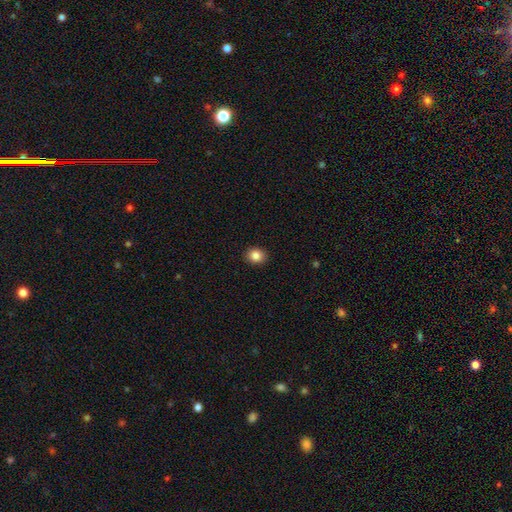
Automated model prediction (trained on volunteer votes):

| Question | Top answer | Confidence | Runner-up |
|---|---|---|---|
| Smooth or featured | smooth | 85% | star or artifact (10%) |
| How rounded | round | 69% | in between (30%) |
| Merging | none | 91% | minor disturbance (6%) |